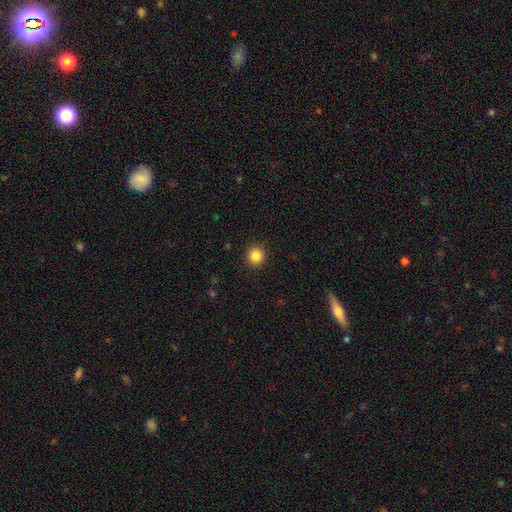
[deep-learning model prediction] A smooth galaxy with no disk features (85%) that is round (94%).

Vote fractions:
- Smooth or featured? smooth: 85% / star or artifact: 11% / featured or disk: 4%
- How rounded? round: 94% / in between: 5% / cigar-shaped: 1%
- Merging? none: 92% / minor disturbance: 5% / major disturbance: 2% / merger: 1%